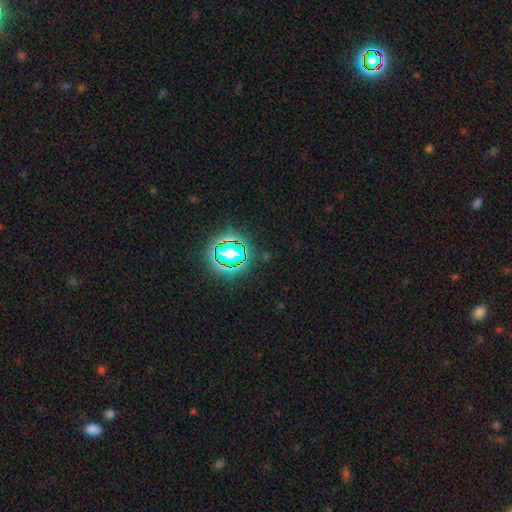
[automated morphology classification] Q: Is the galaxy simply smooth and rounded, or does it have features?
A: star or artifact — 77%.